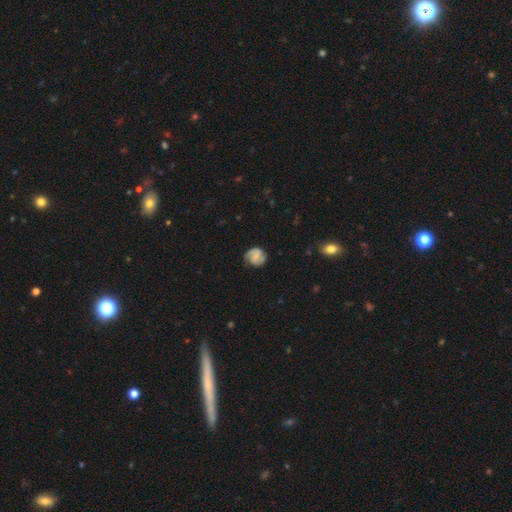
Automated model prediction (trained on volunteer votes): Smooth or featured? featured or disk (56%)
Edge-on disk? no (98%)
Bar? no (47%)
Spiral arms? yes (91%)
Bulge size? small (40%)
Merging? none (74%)